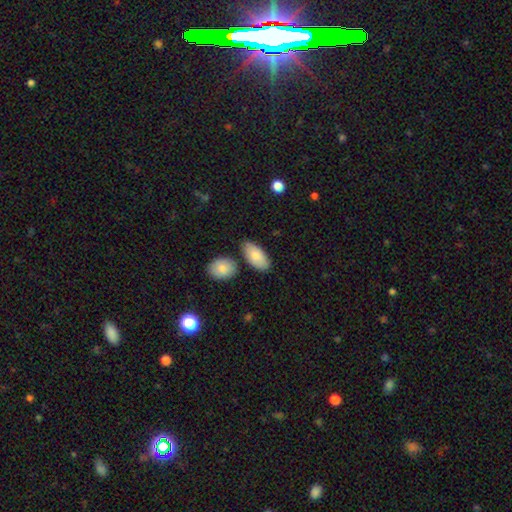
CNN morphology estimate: Overall: smooth (83%). How rounded: in between (93%). Merging: none (71%).